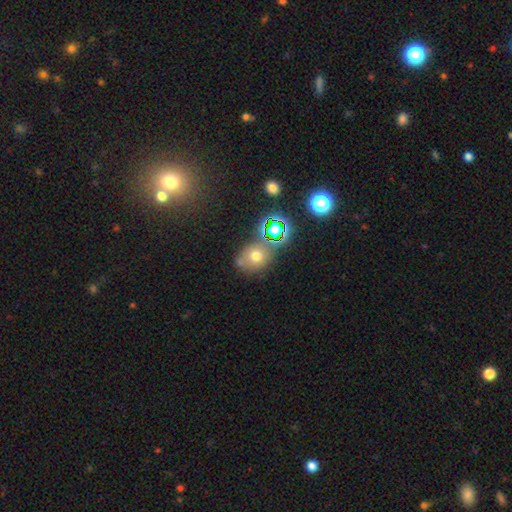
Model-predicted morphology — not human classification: Smooth or featured? smooth (61%)
How rounded? round (52%)
Merging? none (58%)